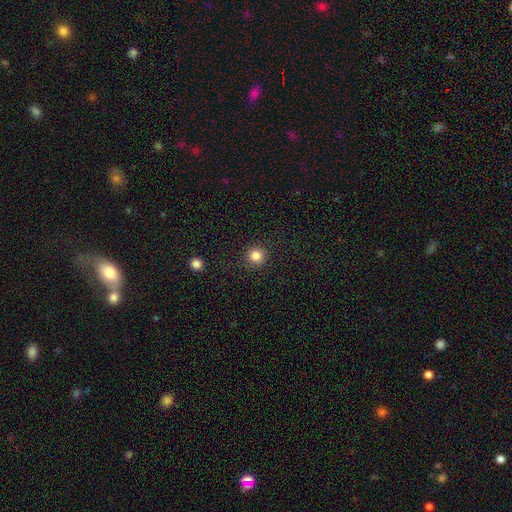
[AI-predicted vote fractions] A smooth galaxy with no disk features (84%) that is round (95%).

Vote fractions:
- Smooth or featured? smooth: 84% / star or artifact: 12% / featured or disk: 5%
- How rounded? round: 95% / in between: 4% / cigar-shaped: 1%
- Merging? none: 91% / minor disturbance: 6% / major disturbance: 2% / merger: 1%